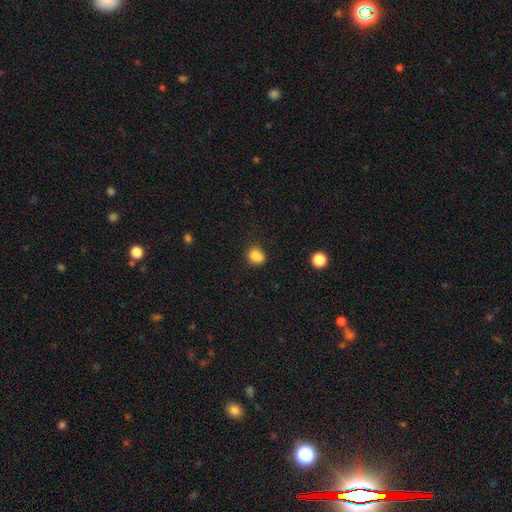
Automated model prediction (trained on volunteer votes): smooth 84%, star or artifact 11%, featured or disk 5%. Down the decision tree: how rounded — round (59%); merging — none (71%).